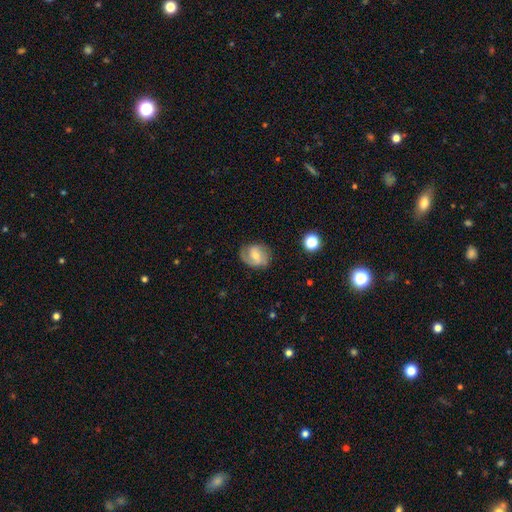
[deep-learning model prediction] Smooth or featured? featured or disk (63%)
Edge-on disk? no (97%)
Bar? weak (50%)
Spiral arms? yes (87%)
Spiral winding? medium (45%)
Spiral arm count? 2 (70%)
Bulge size? moderate (50%)
Merging? none (71%)